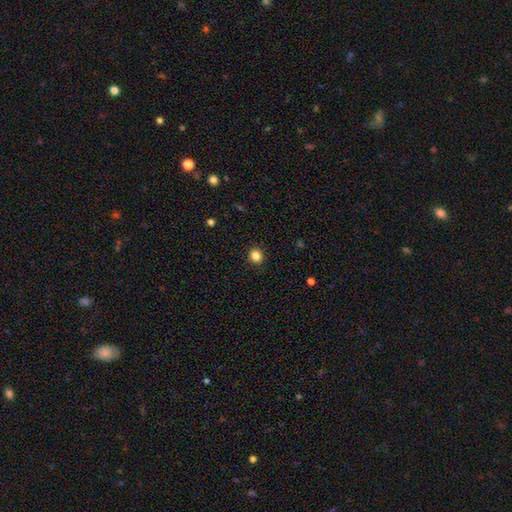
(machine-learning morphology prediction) smooth-or-featured: smooth: 84% | star or artifact: 12% | featured or disk: 4%
  how-rounded: round: 90% | in between: 9% | cigar-shaped: 1%
  merging: none: 92% | minor disturbance: 5% | major disturbance: 2% | merger: 1%